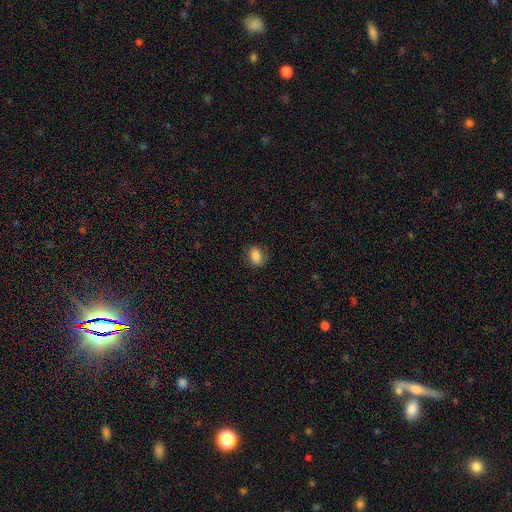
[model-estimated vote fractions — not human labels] This is clearly a smooth galaxy (81%). How rounded: likely in between (74%). Merging: likely none (77%).